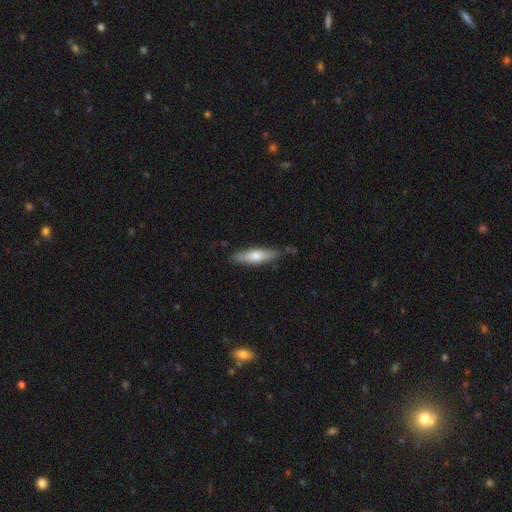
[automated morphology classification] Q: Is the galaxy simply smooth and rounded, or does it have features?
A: smooth — 61%.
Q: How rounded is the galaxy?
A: cigar-shaped — 66%.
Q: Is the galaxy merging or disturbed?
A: none — 79%.